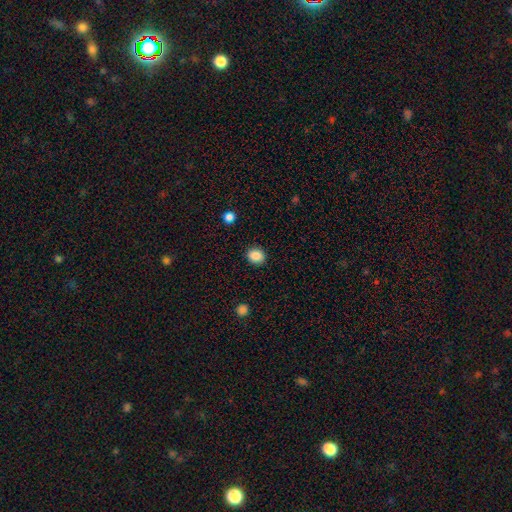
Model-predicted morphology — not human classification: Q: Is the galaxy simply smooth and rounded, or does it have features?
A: smooth — 87%.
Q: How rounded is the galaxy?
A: round — 68%.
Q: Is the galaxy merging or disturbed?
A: none — 89%.